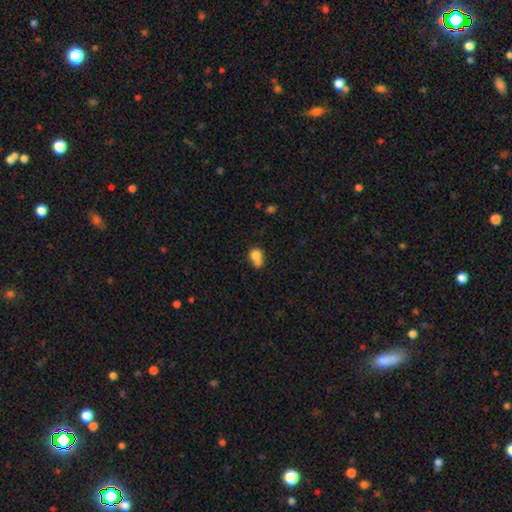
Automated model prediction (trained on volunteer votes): Q: Smooth or featured?
A: smooth (75%); runner-up: featured or disk (14%)
Q: How rounded?
A: round (60%); runner-up: in between (38%)
Q: Merging?
A: merger (47%); runner-up: none (28%)